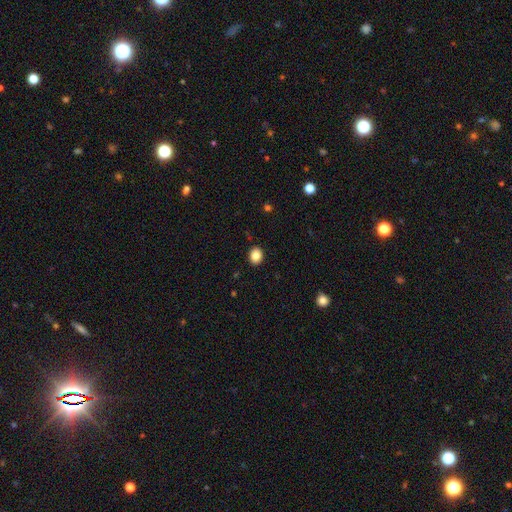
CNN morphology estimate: The model was most divided on "how rounded": round: 59%, in between: 40%, cigar-shaped: 1%. More confident: merging — none (91%); smooth or featured — smooth (85%).